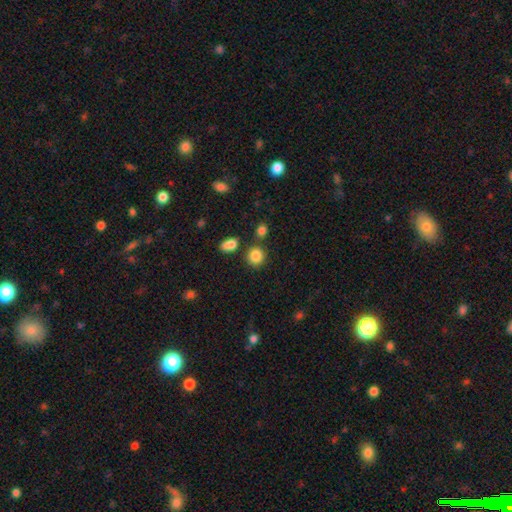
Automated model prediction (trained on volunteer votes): The model was most divided on "how rounded": round: 83%, in between: 16%, cigar-shaped: 1%. More confident: smooth or featured — smooth (86%); merging — none (78%).